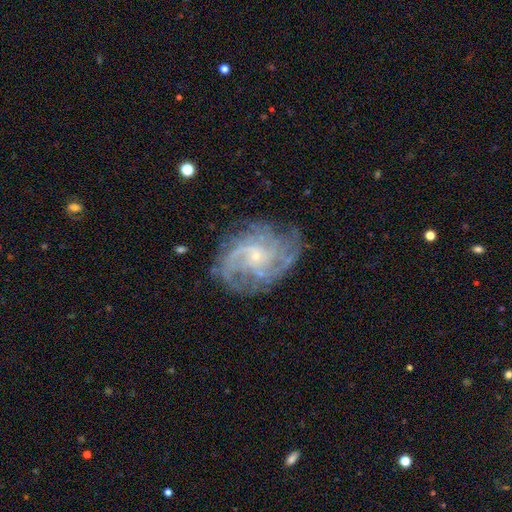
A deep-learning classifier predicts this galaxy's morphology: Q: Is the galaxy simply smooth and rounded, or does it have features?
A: featured or disk — 85%.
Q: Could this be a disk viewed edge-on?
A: no — 97%.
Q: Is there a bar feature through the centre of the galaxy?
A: no — 68%.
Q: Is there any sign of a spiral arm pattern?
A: yes — 95%.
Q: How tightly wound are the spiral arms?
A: tight — 45%.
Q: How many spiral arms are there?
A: can't tell — 31%.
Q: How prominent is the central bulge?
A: small — 82%.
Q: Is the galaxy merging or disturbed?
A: none — 71%.